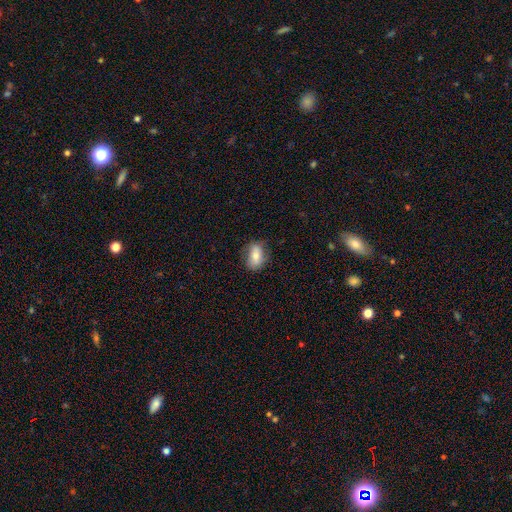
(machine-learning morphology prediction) Smooth or featured? smooth (71%)
How rounded? in between (81%)
Merging? none (75%)